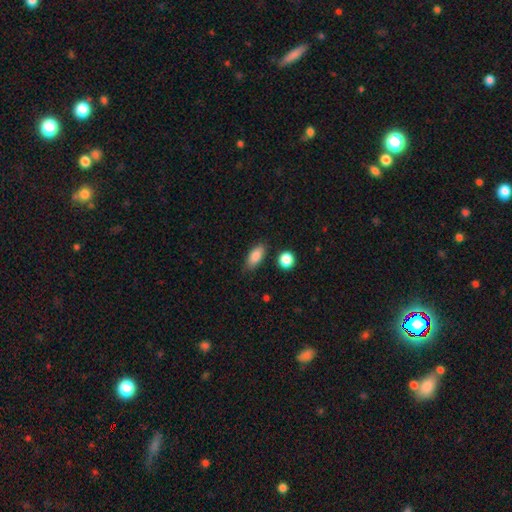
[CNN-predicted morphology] smooth 86%, star or artifact 7%, featured or disk 7%. Down the decision tree: how rounded — in between (84%); merging — none (79%).